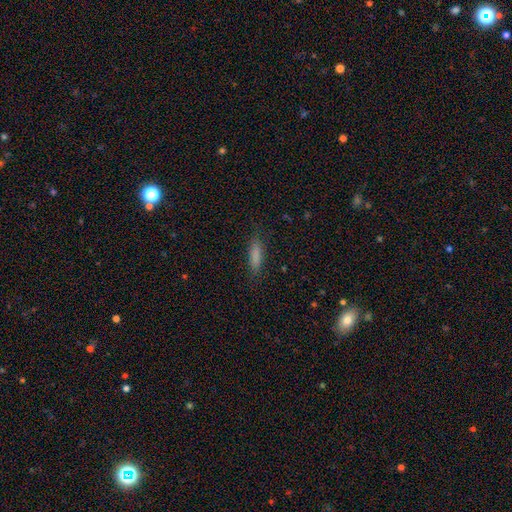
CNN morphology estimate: Smooth or featured? Predicted: smooth (p=0.83). How rounded? Predicted: cigar-shaped (p=0.62). Merging? Predicted: none (p=0.83).